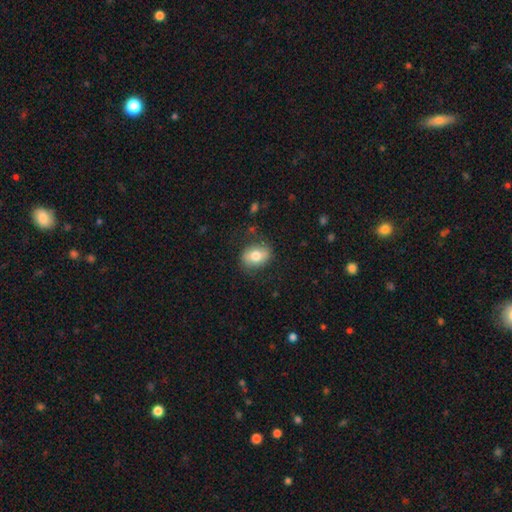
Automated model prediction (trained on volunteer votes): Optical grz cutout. It shows a smooth galaxy with no disk features (72%) that is in between round and cigar-shaped (69%). Merging: none (79%).